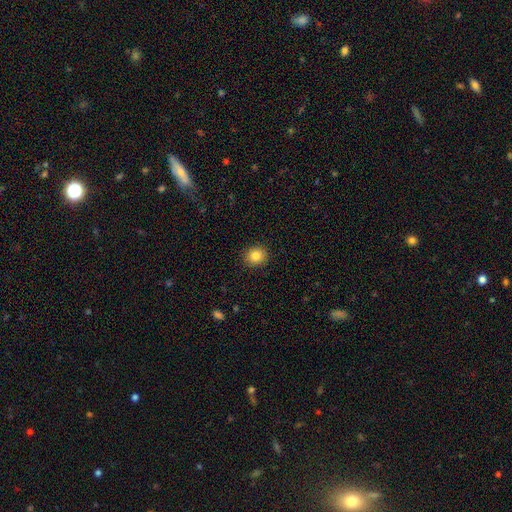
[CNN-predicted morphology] The model was most divided on "how rounded": round: 80%, in between: 19%, cigar-shaped: 1%. More confident: merging — none (91%); smooth or featured — smooth (84%).